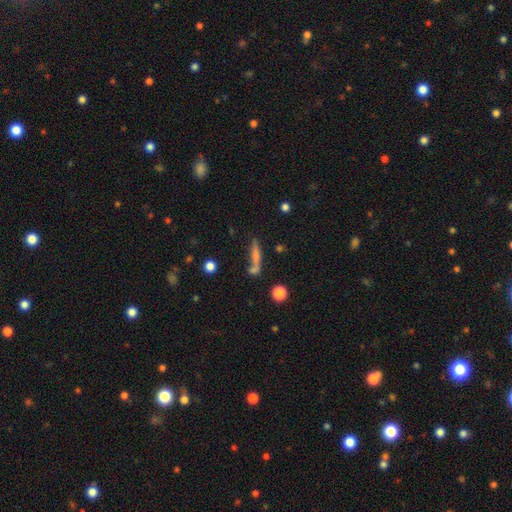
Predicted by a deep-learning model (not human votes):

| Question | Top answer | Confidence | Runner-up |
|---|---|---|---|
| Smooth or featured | smooth | 57% | featured or disk (32%) |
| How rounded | cigar-shaped | 81% | in between (14%) |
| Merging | none | 54% | merger (25%) |